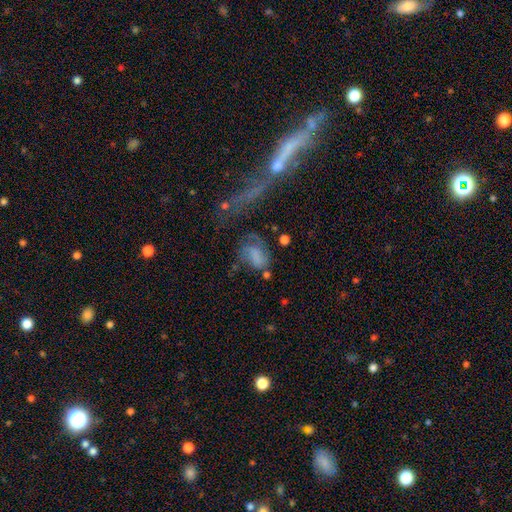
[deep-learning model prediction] Q: Smooth or featured?
A: smooth (46%); runner-up: featured or disk (41%)
Q: Merging?
A: major disturbance (36%); runner-up: none (31%)